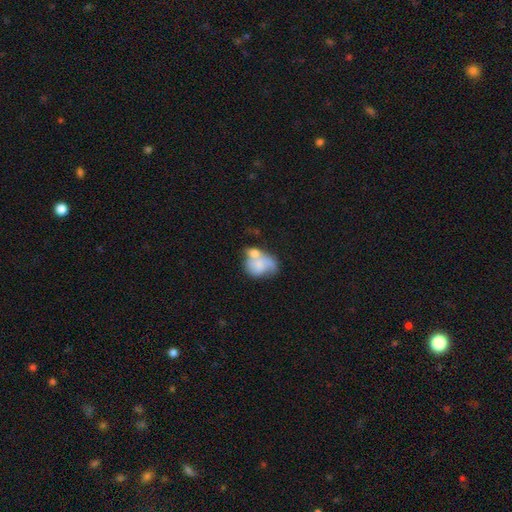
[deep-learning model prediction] Smooth or featured: smooth — 49% (featured or disk — 40%)
Merging: merger — 41% (none — 25%)